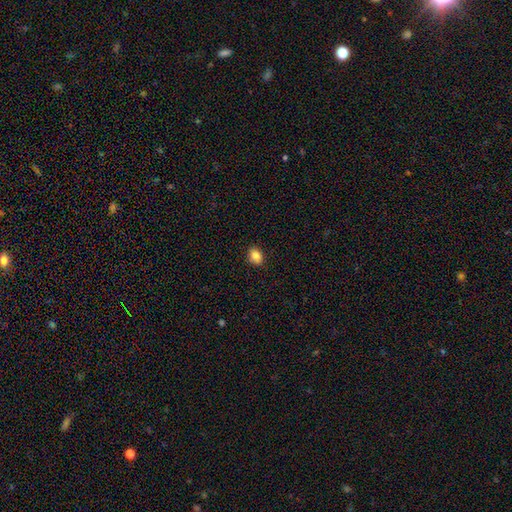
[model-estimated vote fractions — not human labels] Smooth or featured? smooth (85%)
How rounded? in between (58%)
Merging? none (89%)